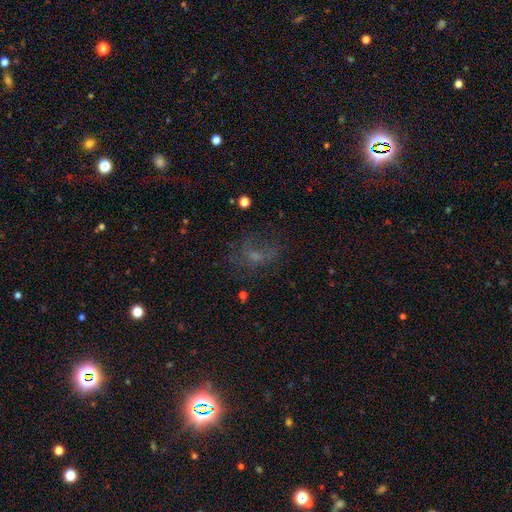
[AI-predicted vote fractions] Smooth or featured?
  - smooth: 39% *
  - featured or disk: 34%
  - star or artifact: 27%
Merging?
  - none: 44% *
  - major disturbance: 32%
  - minor disturbance: 21%
  - merger: 3%